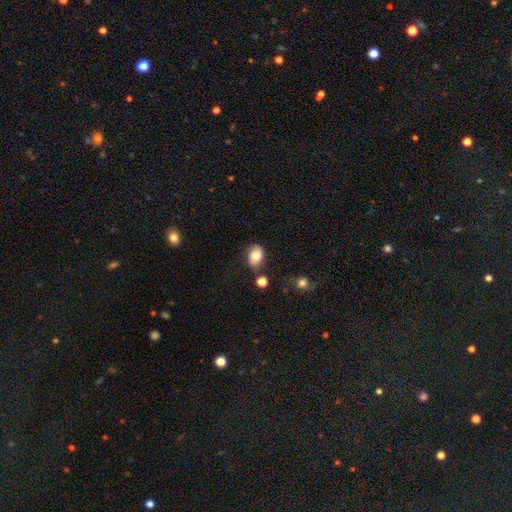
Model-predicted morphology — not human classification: smooth 79%, featured or disk 12%, star or artifact 9%. Down the decision tree: how rounded — in between (73%); merging — none (67%).